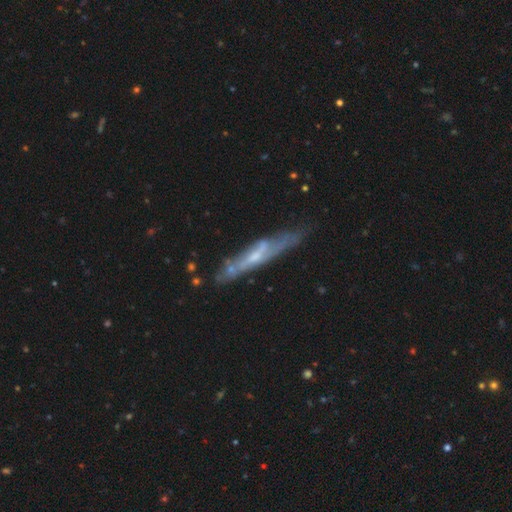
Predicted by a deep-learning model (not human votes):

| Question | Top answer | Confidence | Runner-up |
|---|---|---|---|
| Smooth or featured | featured or disk | 68% | smooth (25%) |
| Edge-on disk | yes | 68% | no (32%) |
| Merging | none | 64% | minor disturbance (23%) |